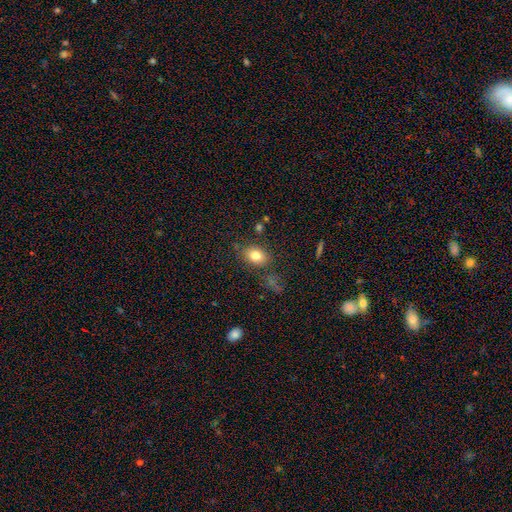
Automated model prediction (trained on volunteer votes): This appears to be a smooth galaxy with no disk features (80%) that is in between round and cigar-shaped (70%). Merging: none (78%).